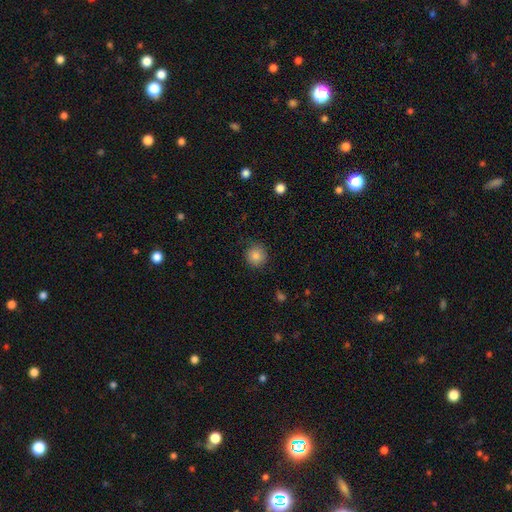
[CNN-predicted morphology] This is clearly a smooth galaxy (84%). How rounded: clearly round (93%). Merging: clearly none (86%).